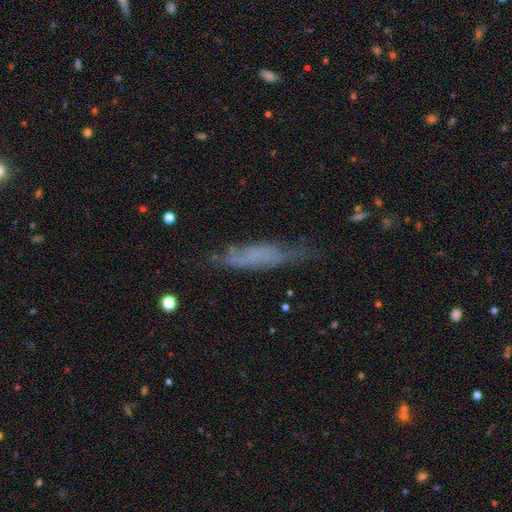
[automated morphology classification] smooth-or-featured: smooth: 48% | featured or disk: 41% | star or artifact: 12%
  merging: none: 57% | minor disturbance: 28% | major disturbance: 13% | merger: 2%